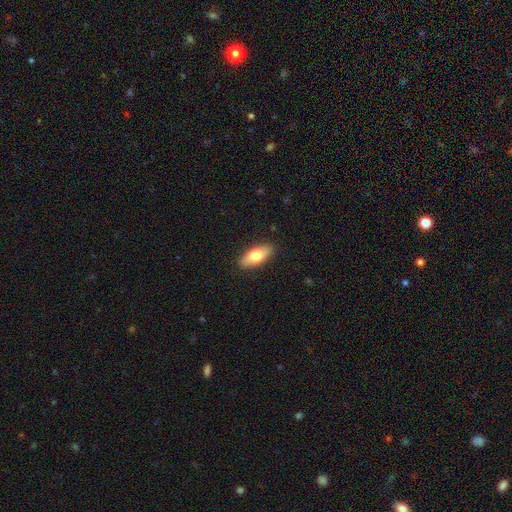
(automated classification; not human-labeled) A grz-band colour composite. It shows a smooth galaxy with no disk features (74%) that is in between round and cigar-shaped (78%). Merging: none (89%).